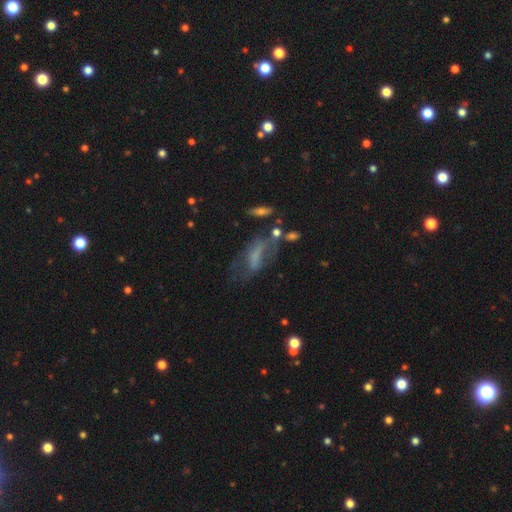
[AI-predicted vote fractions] A featured or disk galaxy (46%).

Vote fractions:
- Smooth or featured? featured or disk: 46% / smooth: 40% / star or artifact: 15%
- Merging? none: 38% / major disturbance: 31% / minor disturbance: 22% / merger: 9%